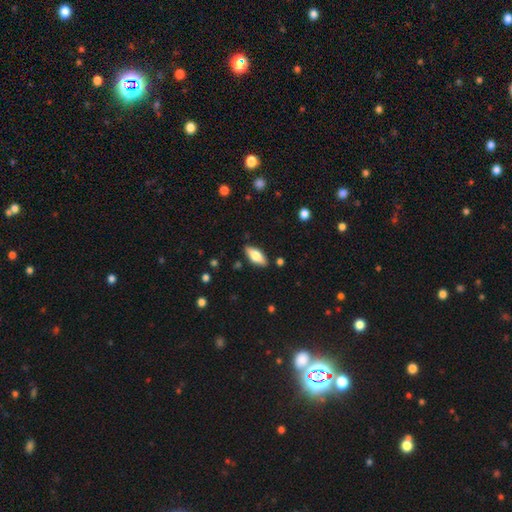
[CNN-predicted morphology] Overall: smooth (66%; featured or disk 28%). How rounded: in between (77%). Merging: none (86%).